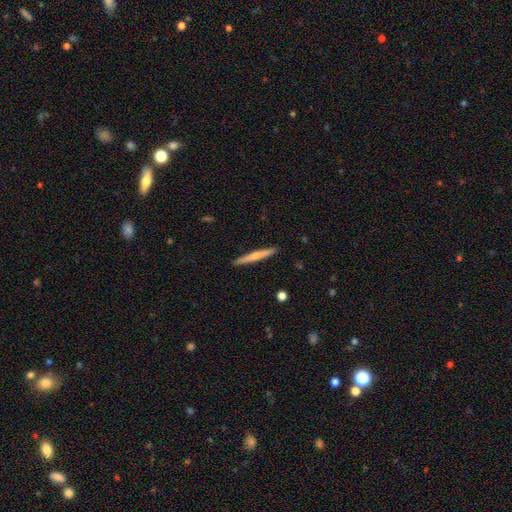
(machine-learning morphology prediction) A smooth galaxy with no disk features (56%) that is cigar-shaped (96%).

Vote fractions:
- Smooth or featured? smooth: 56% / featured or disk: 38% / star or artifact: 5%
- How rounded? cigar-shaped: 96% / in between: 2% / round: 1%
- Merging? none: 92% / minor disturbance: 6% / major disturbance: 1% / merger: 1%